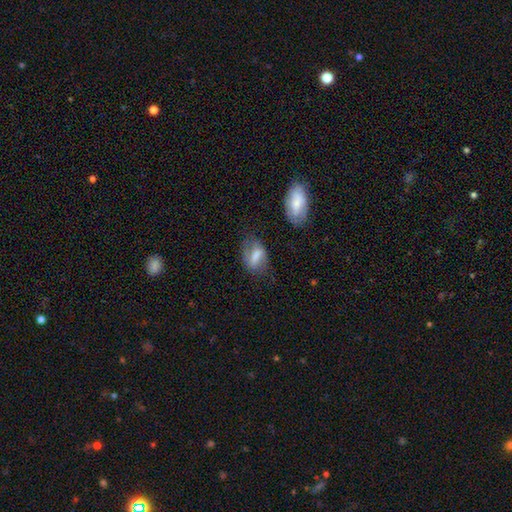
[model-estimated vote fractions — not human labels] smooth_or_featured: smooth (p=0.60) [alt: featured or disk p=0.31]
how_rounded: in between (p=0.85) [alt: round p=0.10]
merging: none (p=0.53) [alt: minor disturbance p=0.29]